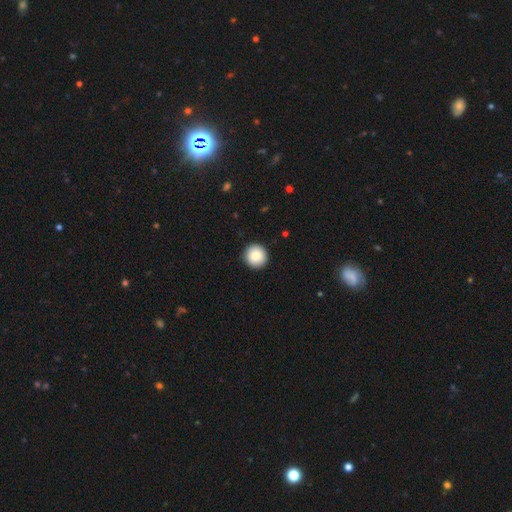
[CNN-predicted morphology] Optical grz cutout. It shows a smooth galaxy with no disk features (86%) that is round (95%). Merging: none (92%).